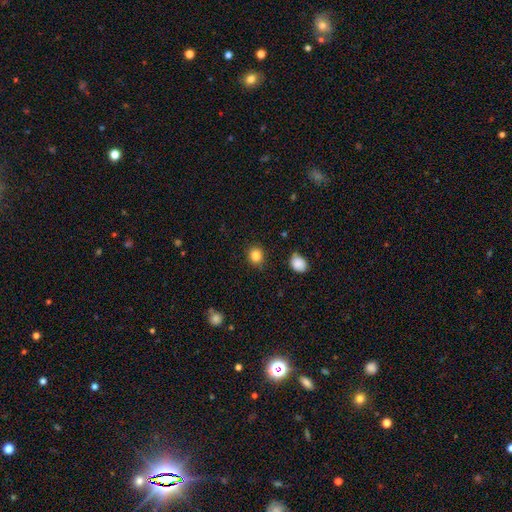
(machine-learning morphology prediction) smooth_or_featured: smooth (p=0.85) [alt: star or artifact p=0.11]
how_rounded: round (p=0.76) [alt: in between p=0.23]
merging: none (p=0.86) [alt: minor disturbance p=0.10]